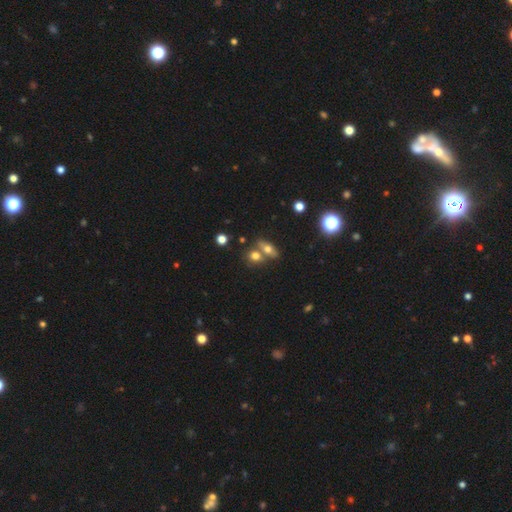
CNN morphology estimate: Q: Smooth or featured?
A: smooth (65%); runner-up: featured or disk (22%)
Q: How rounded?
A: in between (51%); runner-up: round (40%)
Q: Merging?
A: merger (44%); runner-up: none (43%)